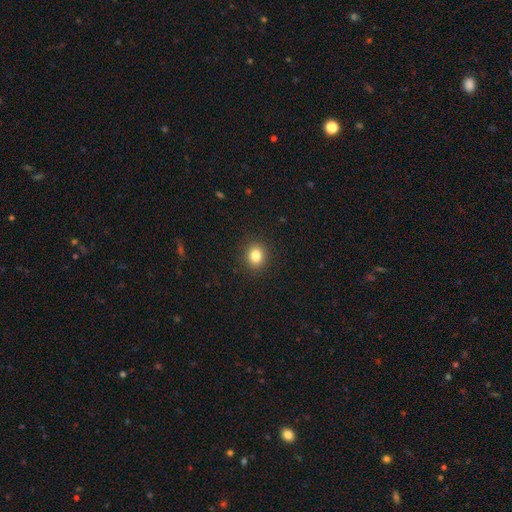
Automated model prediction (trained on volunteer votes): smooth-or-featured: smooth: 83% | star or artifact: 11% | featured or disk: 6%
  how-rounded: round: 69% | in between: 30% | cigar-shaped: 1%
  merging: none: 90% | minor disturbance: 7% | major disturbance: 2% | merger: 1%